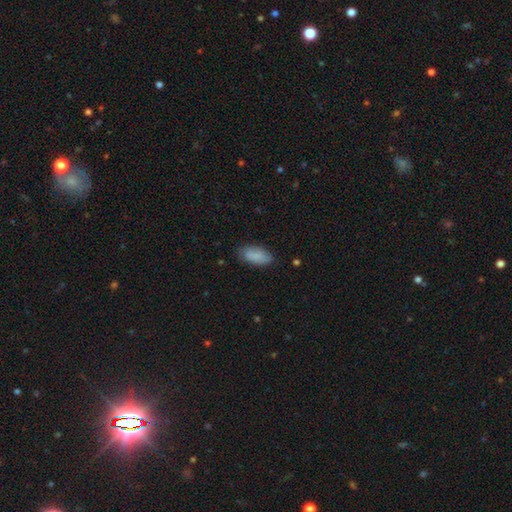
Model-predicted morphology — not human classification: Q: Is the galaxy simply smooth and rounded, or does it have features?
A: smooth — 86%.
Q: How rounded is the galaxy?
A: in between — 90%.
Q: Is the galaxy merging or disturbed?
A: none — 79%.